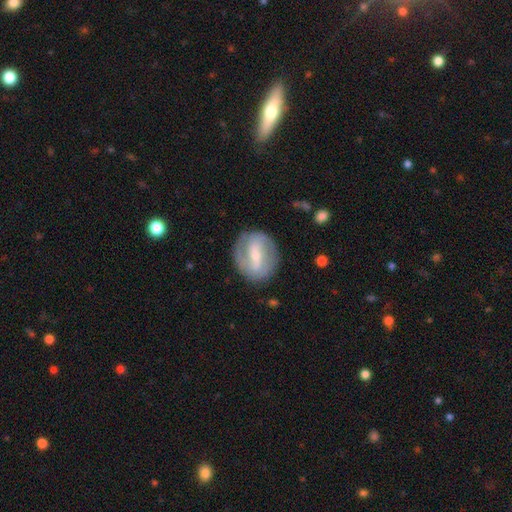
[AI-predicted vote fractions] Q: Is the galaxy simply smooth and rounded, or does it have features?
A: featured or disk — 75%.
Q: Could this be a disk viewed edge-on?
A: no — 96%.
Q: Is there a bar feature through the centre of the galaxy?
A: strong — 49%.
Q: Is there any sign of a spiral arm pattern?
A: yes — 78%.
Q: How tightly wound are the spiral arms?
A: medium — 40%.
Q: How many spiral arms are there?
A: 2 — 79%.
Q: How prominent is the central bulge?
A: small — 61%.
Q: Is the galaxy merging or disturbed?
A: none — 81%.